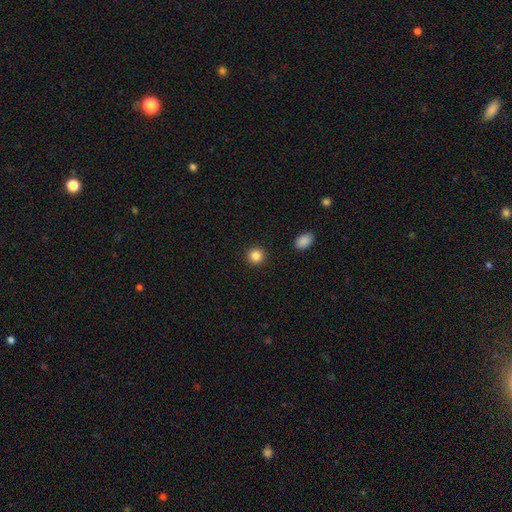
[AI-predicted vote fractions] Overall: smooth (86%). How rounded: round (93%). Merging: none (92%).